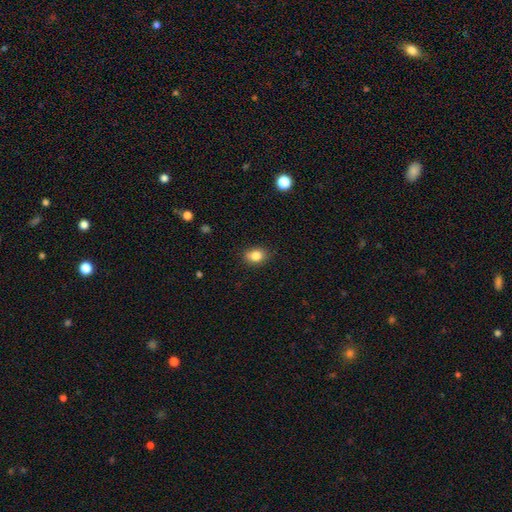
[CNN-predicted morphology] This appears to be a smooth galaxy with no disk features (84%) that is in between round and cigar-shaped (58%). Merging: none (85%).